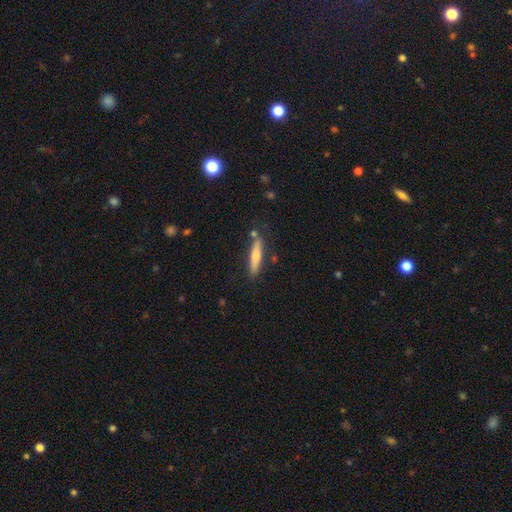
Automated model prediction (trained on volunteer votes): This is possibly a smooth galaxy (57%). How rounded: clearly cigar-shaped (86%). Merging: likely none (79%).